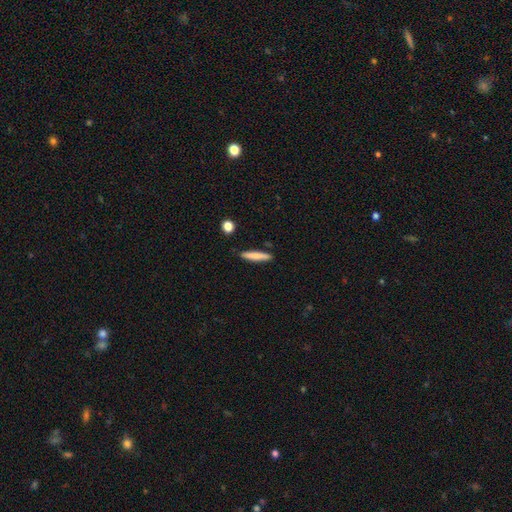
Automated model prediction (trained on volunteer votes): smooth-or-featured: smooth: 77% | featured or disk: 16% | star or artifact: 6%
  how-rounded: cigar-shaped: 90% | in between: 8% | round: 2%
  merging: none: 87% | minor disturbance: 9% | merger: 2% | major disturbance: 2%